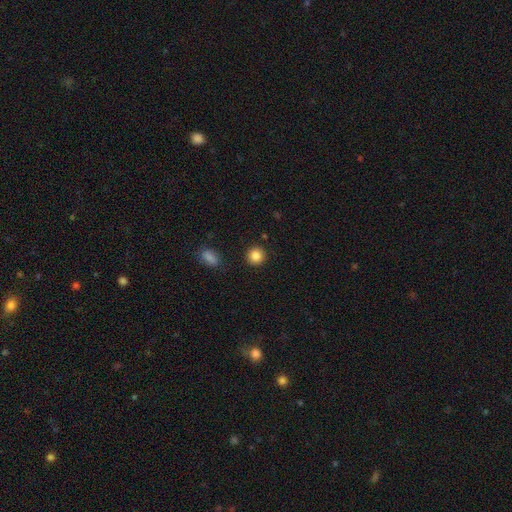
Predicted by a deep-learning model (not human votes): This appears to be a smooth galaxy with no disk features (85%) that is round (92%). Merging: none (91%).